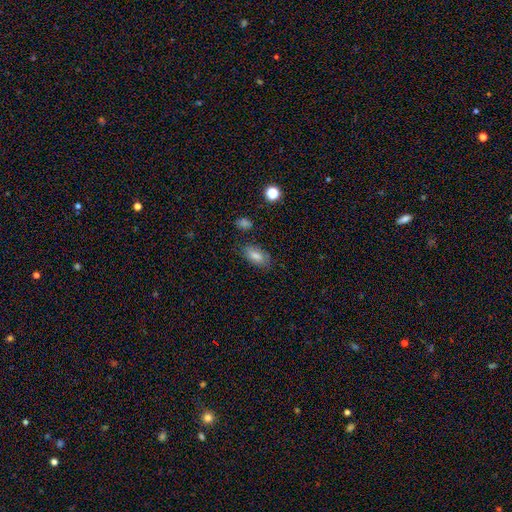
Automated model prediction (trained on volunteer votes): This is clearly a smooth galaxy (80%). How rounded: clearly in between (90%). Merging: likely none (77%).